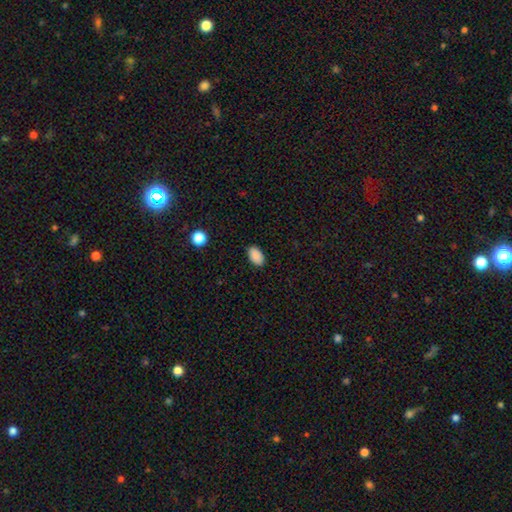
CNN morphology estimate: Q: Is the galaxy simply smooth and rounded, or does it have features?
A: smooth — 89%.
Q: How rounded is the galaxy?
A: in between — 92%.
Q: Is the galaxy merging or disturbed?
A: none — 88%.